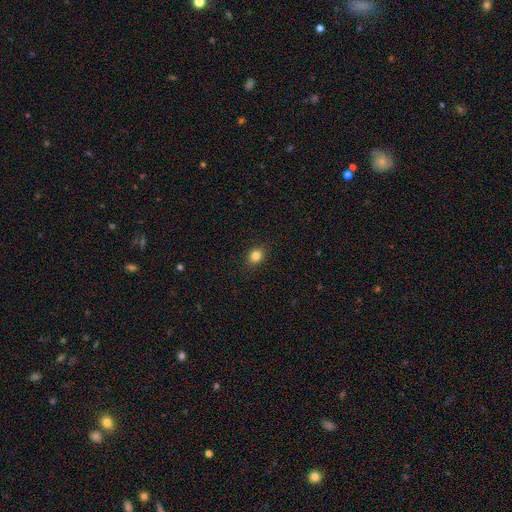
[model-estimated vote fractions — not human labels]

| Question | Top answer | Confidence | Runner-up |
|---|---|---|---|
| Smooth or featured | smooth | 84% | star or artifact (11%) |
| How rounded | round | 64% | in between (35%) |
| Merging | none | 89% | minor disturbance (8%) |